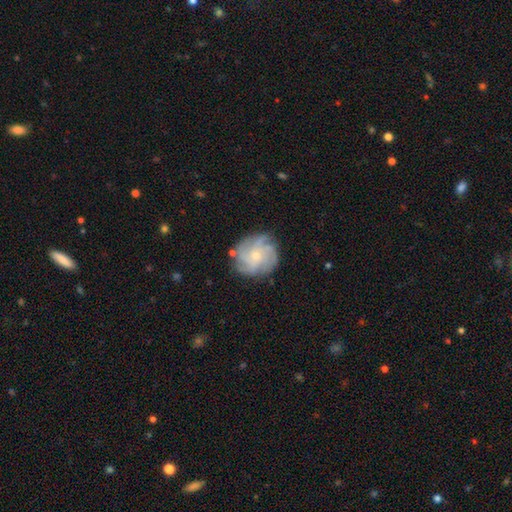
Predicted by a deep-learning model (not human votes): Smooth or featured: featured or disk — 77% (smooth — 15%)
Edge-on disk: no — 98% (yes — 2%)
Bar: no — 76% (weak — 21%)
Spiral arms: yes — 95% (no — 5%)
Spiral winding: tight — 50% (medium — 37%)
Spiral arm count: 4 — 34% (can't tell — 21%)
Bulge size: small — 66% (moderate — 29%)
Merging: none — 79% (minor disturbance — 14%)